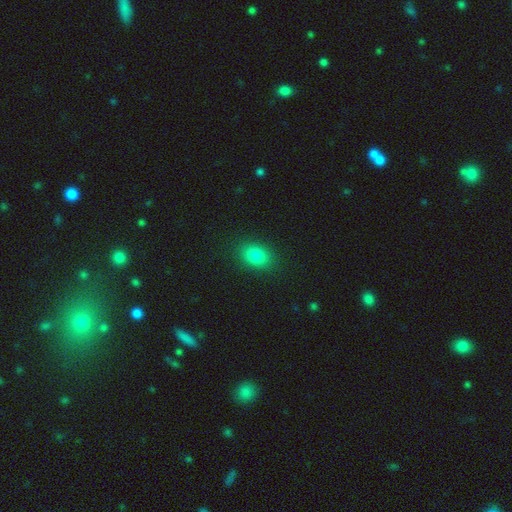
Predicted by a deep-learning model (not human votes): Overall: smooth (82%). How rounded: in between (74%). Merging: none (88%).